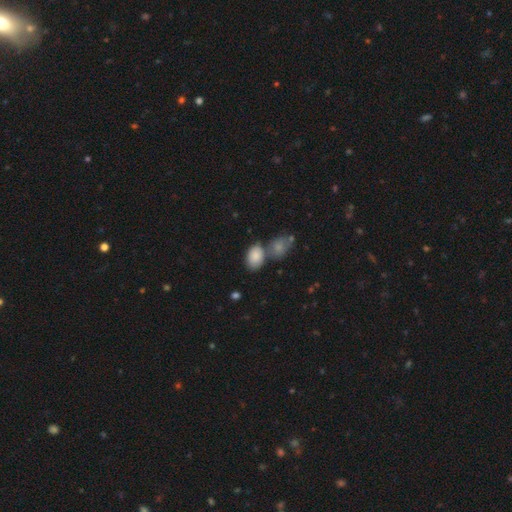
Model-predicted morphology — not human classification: A smooth galaxy with no disk features (85%) that is in between round and cigar-shaped (85%). Merging: none (46%).